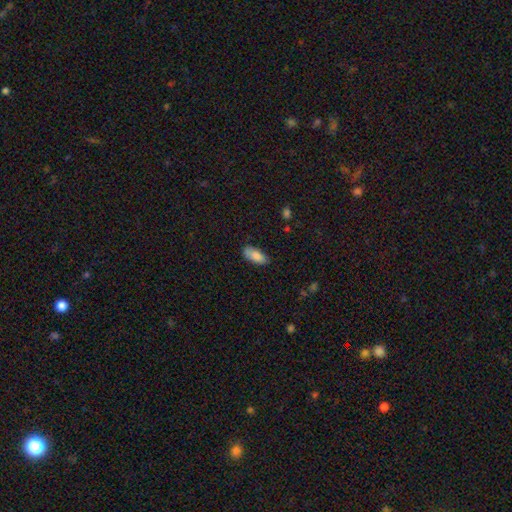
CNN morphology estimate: Q: Smooth or featured?
A: smooth (84%); runner-up: featured or disk (9%)
Q: How rounded?
A: in between (87%); runner-up: cigar-shaped (11%)
Q: Merging?
A: none (79%); runner-up: minor disturbance (17%)